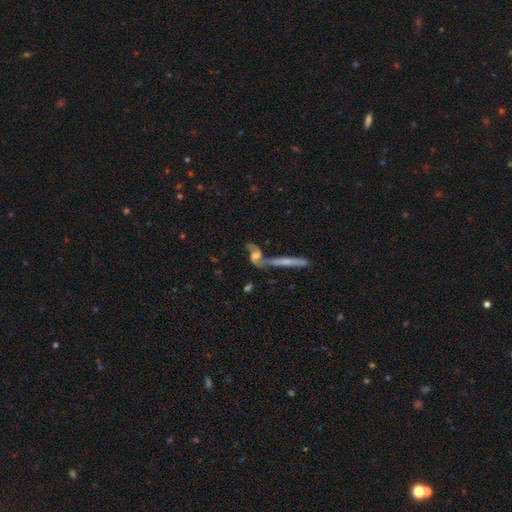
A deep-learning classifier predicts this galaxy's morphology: Overall: featured or disk (67%). Edge-on disk: no (79%). Bar: no (54%; weak 36%). Spiral arms: yes (83%). Bulge size: moderate (36%; none 22%). Merging: merger (45%; none 34%).